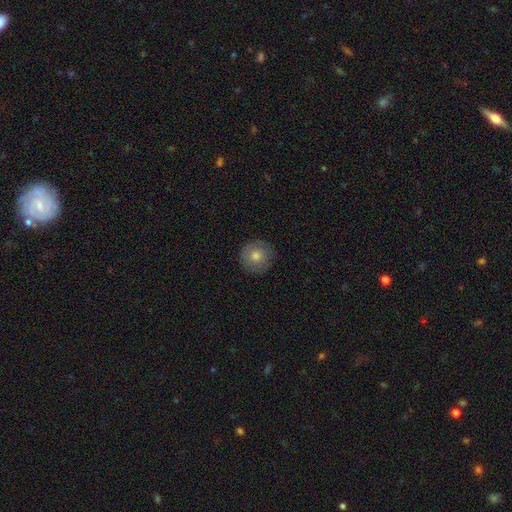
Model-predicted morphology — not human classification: Smooth or featured? smooth (71%)
How rounded? round (95%)
Merging? none (90%)